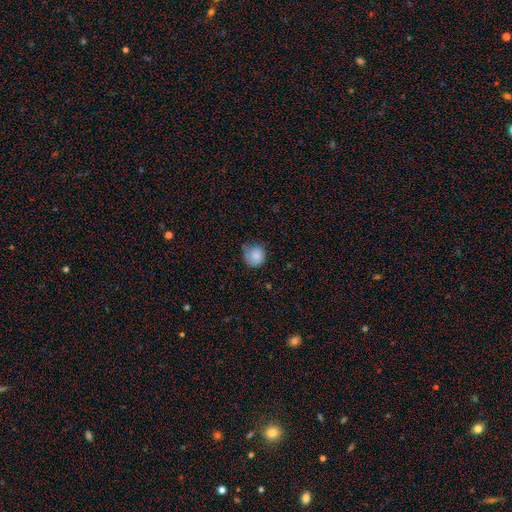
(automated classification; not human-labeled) Smooth or featured: smooth — 79% (featured or disk — 13%)
How rounded: round — 86% (in between — 13%)
Merging: none — 56% (minor disturbance — 32%)